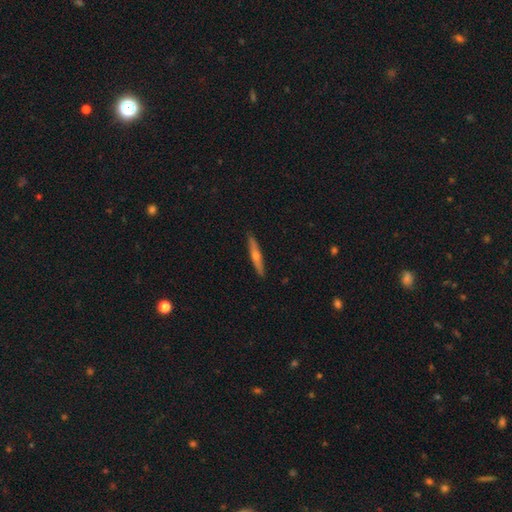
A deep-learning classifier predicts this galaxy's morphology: smooth-or-featured: featured or disk: 57% | smooth: 37% | star or artifact: 6%
  disk-edge-on: yes: 96% | no: 4%
    edge-on-bulge: rounded: 85% | none: 12% | boxy: 3%
  merging: none: 91% | minor disturbance: 7% | major disturbance: 1% | merger: 1%